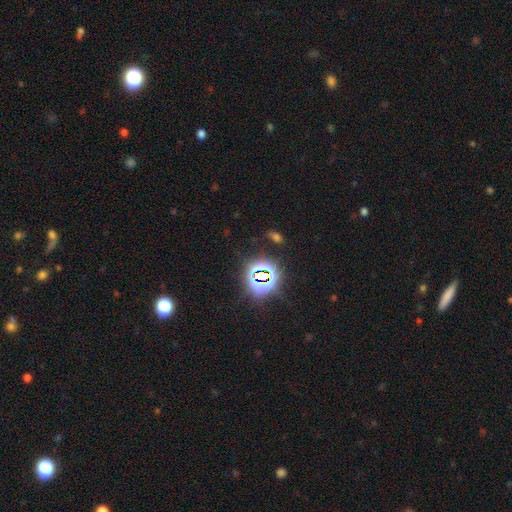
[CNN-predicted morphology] Q: Smooth or featured?
A: star or artifact (81%); runner-up: smooth (13%)